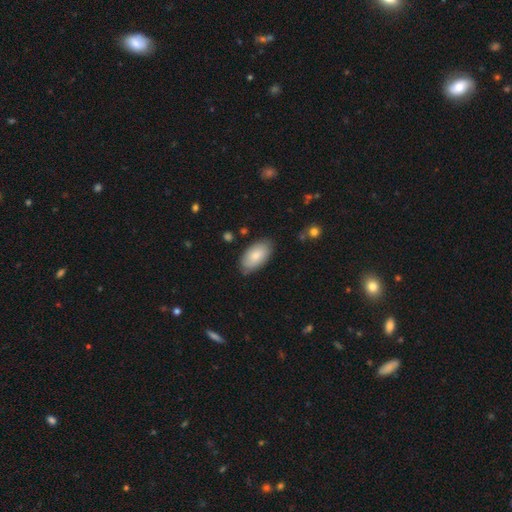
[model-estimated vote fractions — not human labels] Smooth or featured: smooth — 77% (featured or disk — 17%)
How rounded: in between — 95% (round — 3%)
Merging: none — 80% (minor disturbance — 16%)